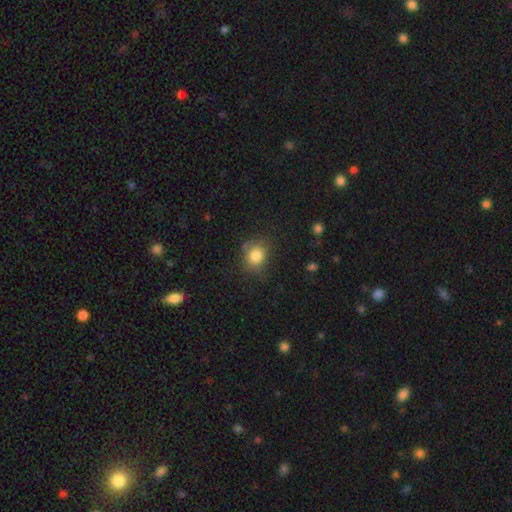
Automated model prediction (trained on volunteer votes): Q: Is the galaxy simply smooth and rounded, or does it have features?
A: smooth — 83%.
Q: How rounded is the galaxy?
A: round — 72%.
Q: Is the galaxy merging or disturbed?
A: none — 69%.